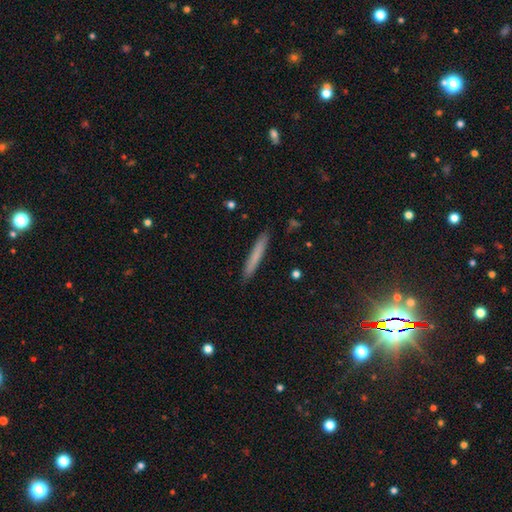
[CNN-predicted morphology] Smooth or featured: smooth — 72% (featured or disk — 21%)
How rounded: cigar-shaped — 96% (in between — 3%)
Merging: none — 90% (minor disturbance — 7%)